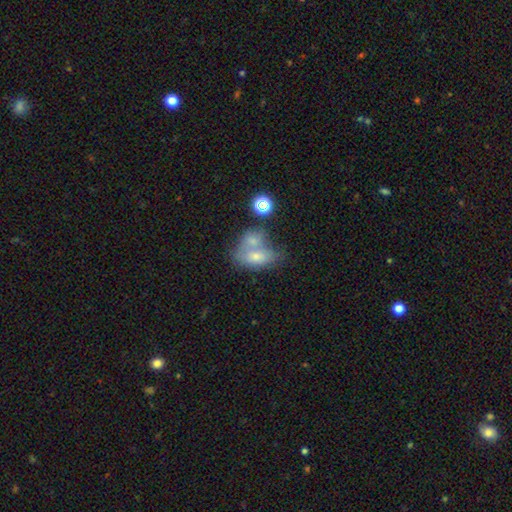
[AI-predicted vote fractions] smooth-or-featured: smooth: 63% | featured or disk: 25% | star or artifact: 12%
  how-rounded: in between: 78% | round: 18% | cigar-shaped: 4%
  merging: merger: 53% | none: 27% | minor disturbance: 12% | major disturbance: 8%